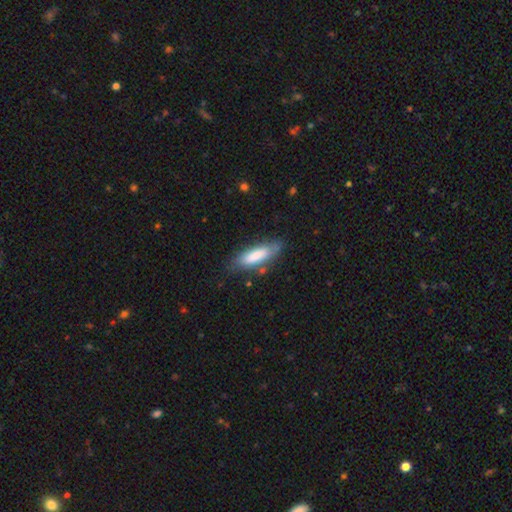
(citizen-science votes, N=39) This appears to be a smooth galaxy with no disk features (79%) that is in between round and cigar-shaped (52%). Merging: none (70%).